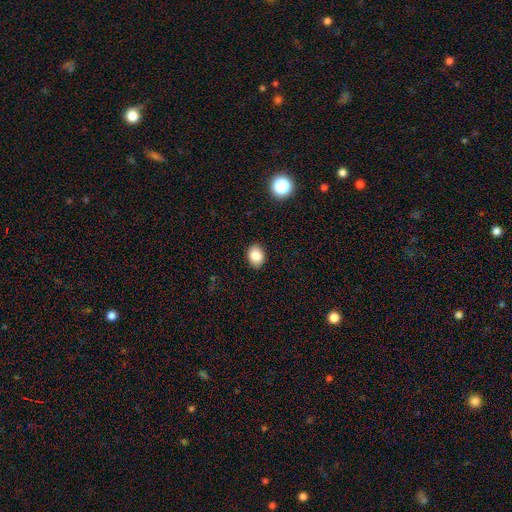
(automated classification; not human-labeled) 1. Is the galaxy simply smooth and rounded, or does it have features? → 85% smooth, 9% star or artifact, 6% featured or disk.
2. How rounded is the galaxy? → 60% in between, 39% round, 1% cigar-shaped.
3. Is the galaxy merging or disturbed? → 89% none, 8% minor disturbance, 2% major disturbance, 1% merger.